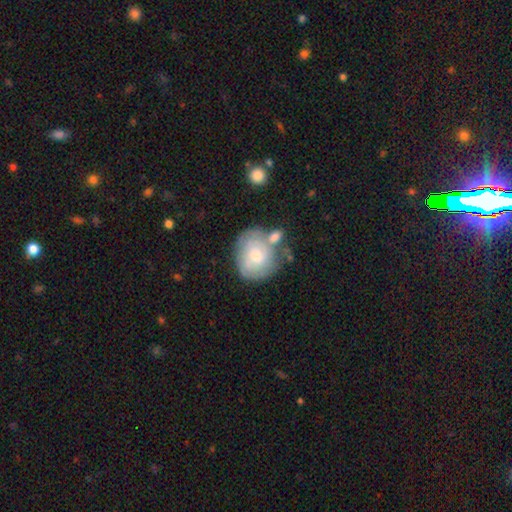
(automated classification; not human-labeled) A featured or disk galaxy (51%).

Vote fractions:
- Smooth or featured? featured or disk: 51% / smooth: 42% / star or artifact: 7%
- Edge-on disk? no: 97% / yes: 3%
- Merging? none: 52% / minor disturbance: 21% / merger: 19% / major disturbance: 9%